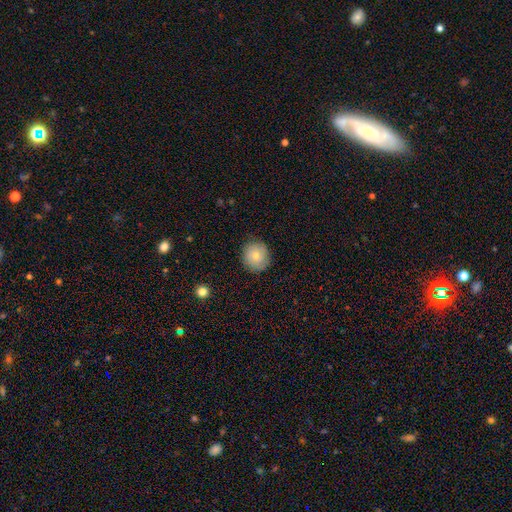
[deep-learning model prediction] Q: Smooth or featured?
A: smooth (71%); runner-up: featured or disk (21%)
Q: How rounded?
A: round (89%); runner-up: in between (10%)
Q: Merging?
A: none (83%); runner-up: minor disturbance (13%)